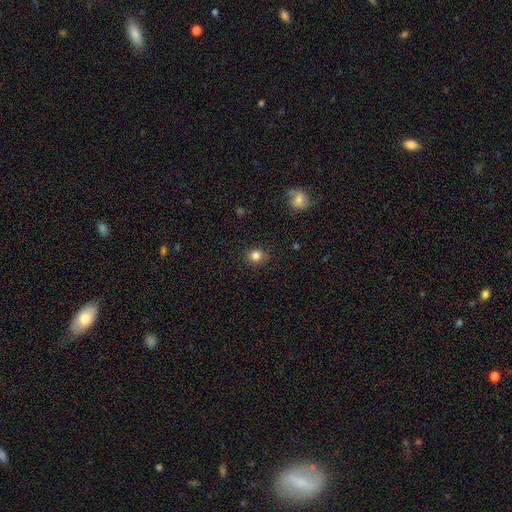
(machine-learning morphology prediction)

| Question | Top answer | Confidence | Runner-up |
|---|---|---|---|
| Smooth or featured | smooth | 83% | star or artifact (11%) |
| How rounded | round | 81% | in between (19%) |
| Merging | none | 88% | minor disturbance (9%) |